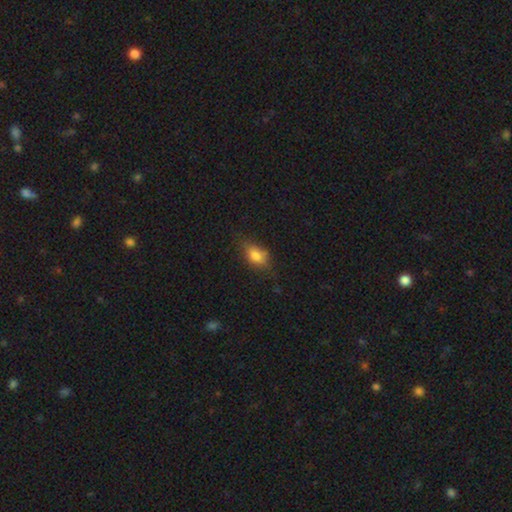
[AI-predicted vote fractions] smooth 79%, featured or disk 11%, star or artifact 10%. Down the decision tree: how rounded — in between (82%); merging — none (66%).